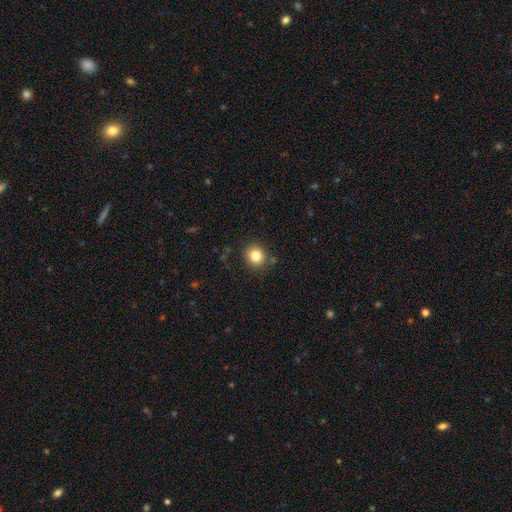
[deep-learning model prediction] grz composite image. It shows a smooth galaxy with no disk features (83%) that is round (86%). Merging: none (87%).